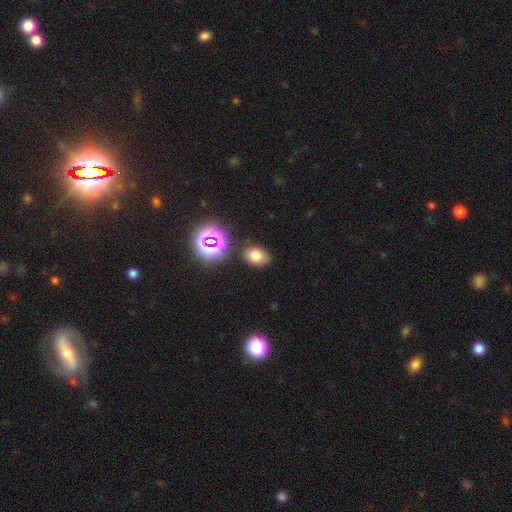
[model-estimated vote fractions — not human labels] smooth 71%, star or artifact 19%, featured or disk 10%. Down the decision tree: how rounded — in between (72%); merging — none (82%).